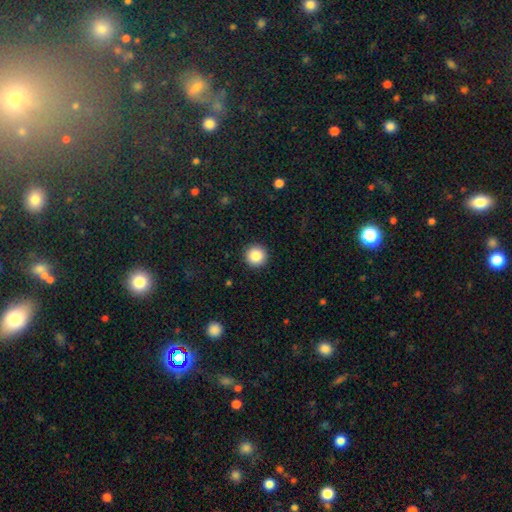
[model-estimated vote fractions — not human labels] Smooth or featured? Predicted: smooth (p=0.87). How rounded? Predicted: round (p=0.96). Merging? Predicted: none (p=0.93).